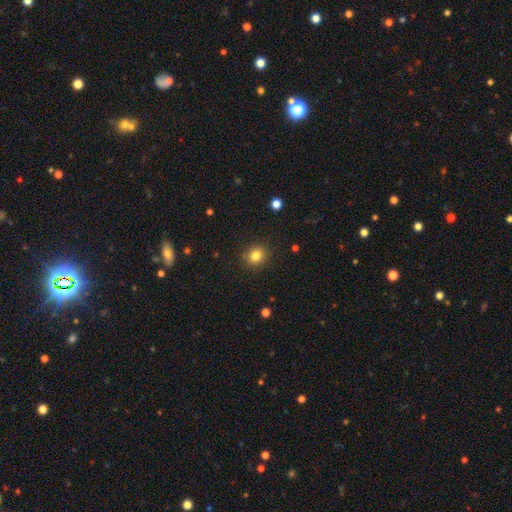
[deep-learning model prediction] A smooth galaxy with no disk features (83%) that is round (75%). Merging: none (89%).